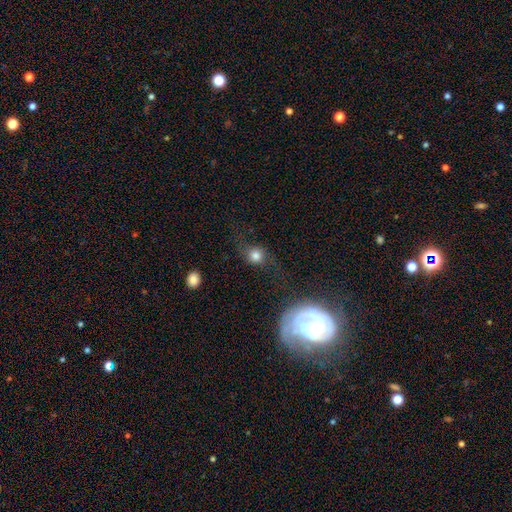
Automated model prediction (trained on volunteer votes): Smooth or featured? smooth (65%)
How rounded? round (79%)
Merging? none (60%)